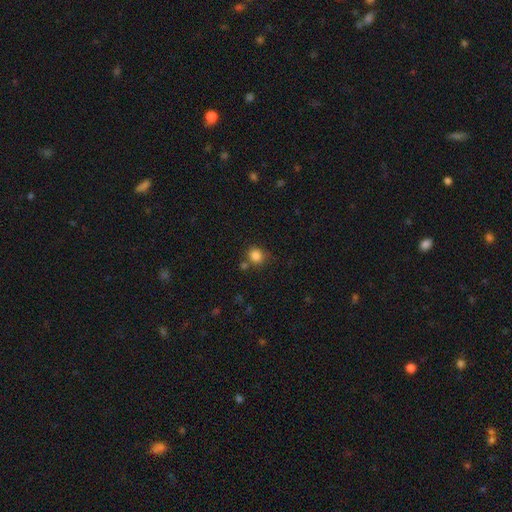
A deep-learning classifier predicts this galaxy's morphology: Smooth or featured? smooth (84%)
How rounded? round (82%)
Merging? none (71%)